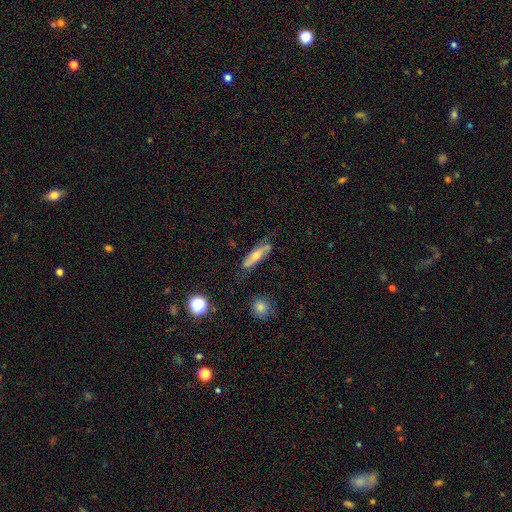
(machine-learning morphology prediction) Q: Smooth or featured?
A: smooth (54%); runner-up: featured or disk (38%)
Q: How rounded?
A: cigar-shaped (63%); runner-up: in between (34%)
Q: Merging?
A: none (61%); runner-up: minor disturbance (26%)